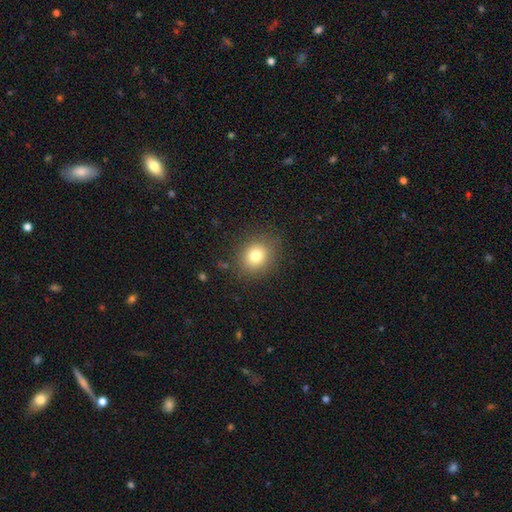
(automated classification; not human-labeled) Q: Smooth or featured?
A: smooth (80%); runner-up: star or artifact (11%)
Q: How rounded?
A: round (66%); runner-up: in between (33%)
Q: Merging?
A: none (84%); runner-up: minor disturbance (11%)